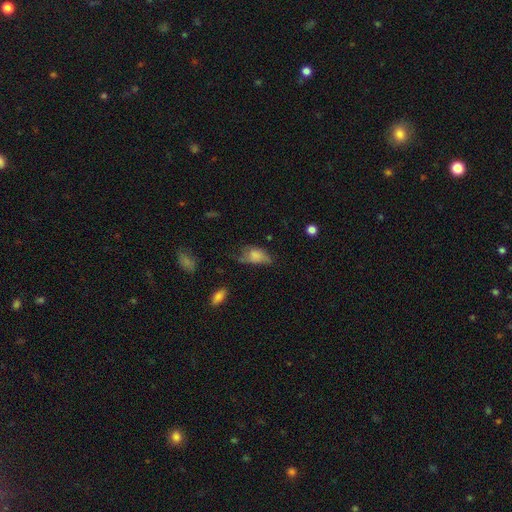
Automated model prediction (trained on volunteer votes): Overall: smooth (70%). How rounded: in between (88%). Merging: minor disturbance (35%; major disturbance 30%).